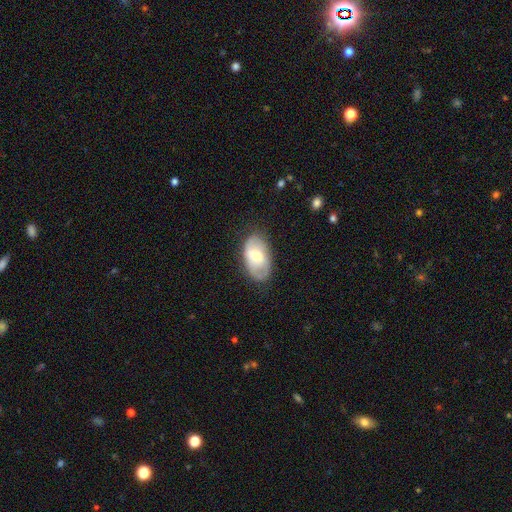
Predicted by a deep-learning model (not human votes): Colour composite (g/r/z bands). It shows a featured or disk galaxy (48%). Merging: none (70%).